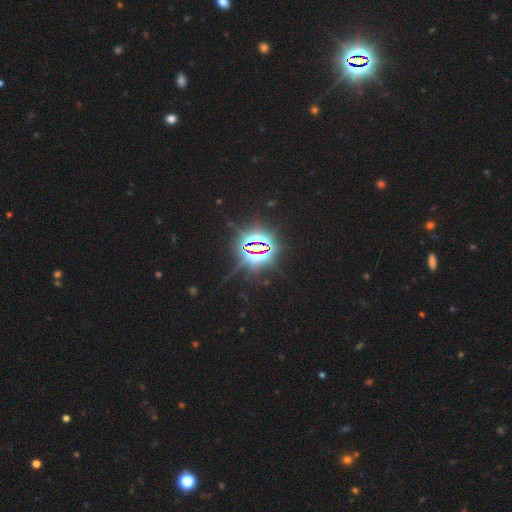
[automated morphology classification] This is clearly a star or artifact rather than a galaxy (85%).